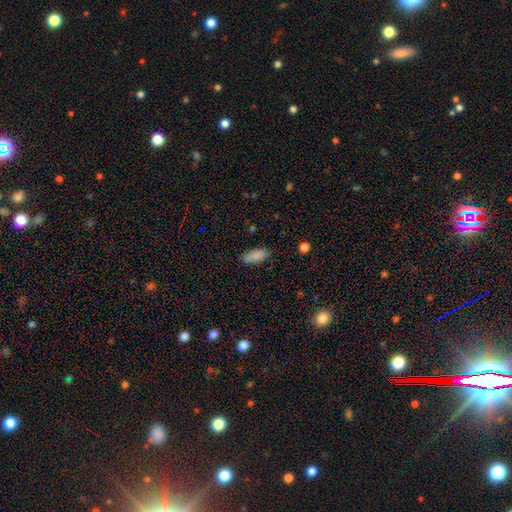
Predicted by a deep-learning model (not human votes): smooth_or_featured: smooth (p=0.86) [alt: star or artifact p=0.08]
how_rounded: in between (p=0.78) [alt: cigar-shaped p=0.20]
merging: none (p=0.80) [alt: minor disturbance p=0.15]